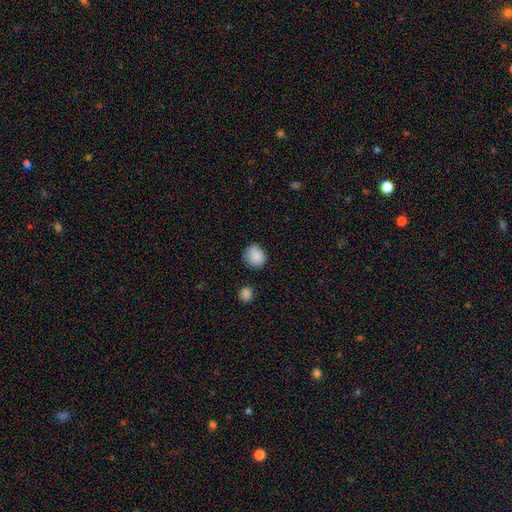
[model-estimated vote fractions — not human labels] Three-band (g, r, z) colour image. It shows a smooth galaxy with no disk features (86%) that is round (78%). Merging: none (75%).